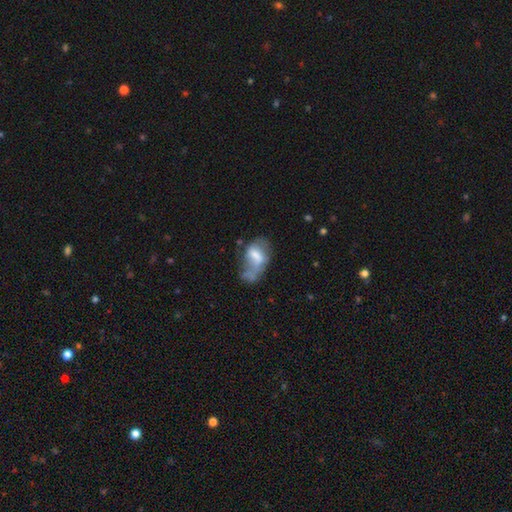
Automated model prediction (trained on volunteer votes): Smooth or featured? featured or disk (47%)
Merging? major disturbance (37%)